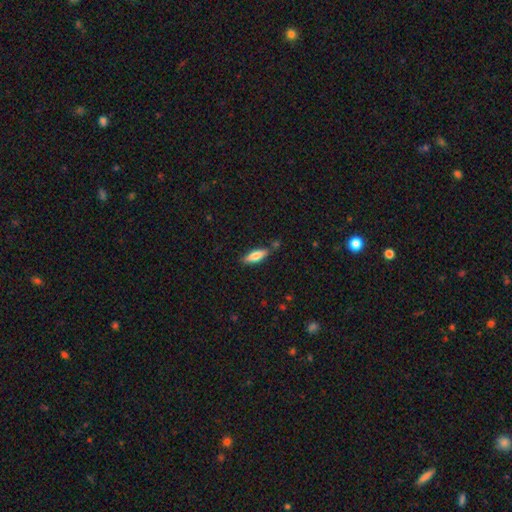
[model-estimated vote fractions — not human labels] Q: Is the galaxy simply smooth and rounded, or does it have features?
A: smooth — 75%.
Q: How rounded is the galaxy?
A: in between — 58%.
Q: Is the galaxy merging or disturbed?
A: none — 76%.